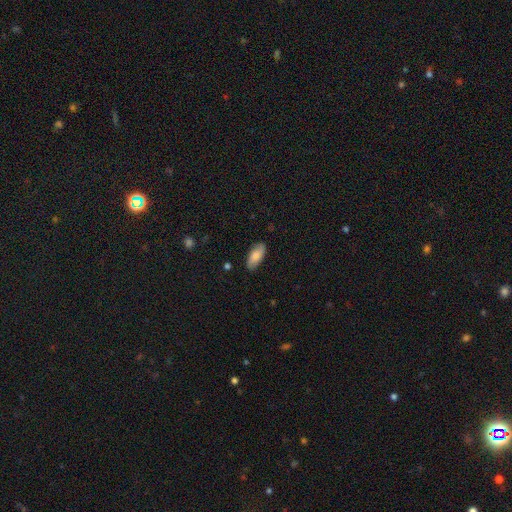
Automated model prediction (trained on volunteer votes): Morphology: type=smooth (78%); roundness=in between (88%); merging=none (85%).